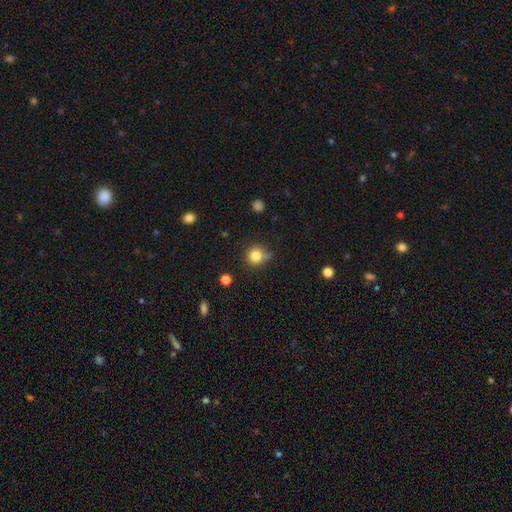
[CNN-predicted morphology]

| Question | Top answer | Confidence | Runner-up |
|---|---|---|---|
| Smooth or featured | smooth | 82% | star or artifact (12%) |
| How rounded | round | 89% | in between (10%) |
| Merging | none | 69% | minor disturbance (20%) |